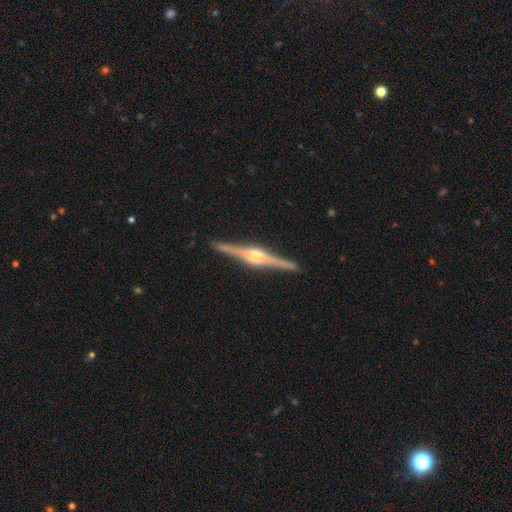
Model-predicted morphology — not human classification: smooth_or_featured: featured or disk (p=0.86) [alt: smooth p=0.08]
disk_edge_on: yes (p=0.98) [alt: no p=0.02]
edge_on_bulge: rounded (p=0.82) [alt: boxy p=0.15]
merging: none (p=0.90) [alt: minor disturbance p=0.08]